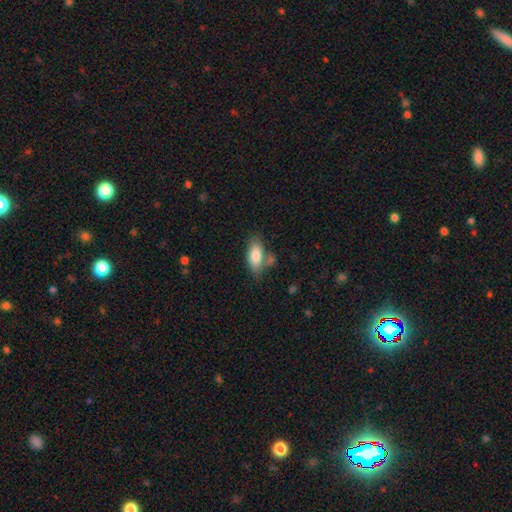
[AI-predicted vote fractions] Morphology: type=smooth (81%); roundness=in between (86%); merging=none (57%).